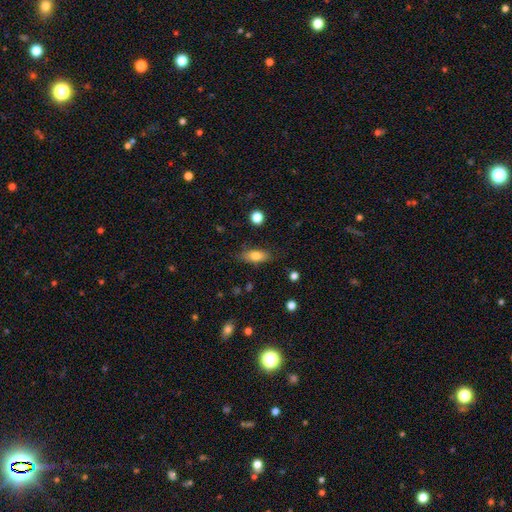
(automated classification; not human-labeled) smooth-or-featured: smooth: 76% | featured or disk: 16% | star or artifact: 8%
  how-rounded: in between: 76% | cigar-shaped: 19% | round: 4%
  merging: none: 81% | minor disturbance: 14% | major disturbance: 3% | merger: 2%